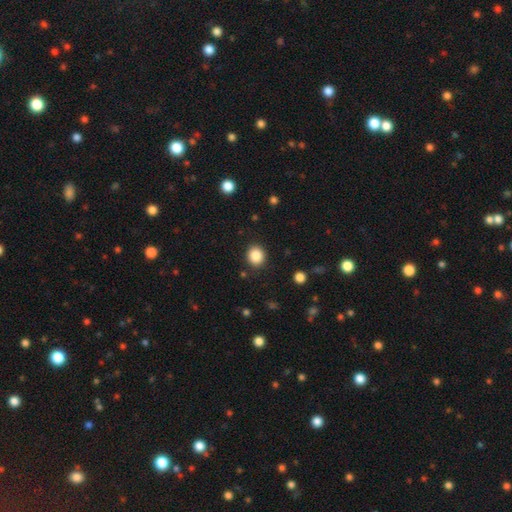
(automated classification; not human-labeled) Morphology: type=smooth (86%); roundness=round (78%); merging=none (89%).